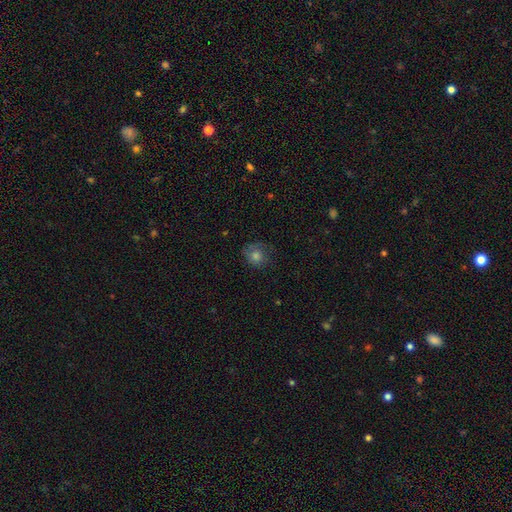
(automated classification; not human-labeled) Smooth or featured? smooth (71%)
How rounded? round (79%)
Merging? none (68%)